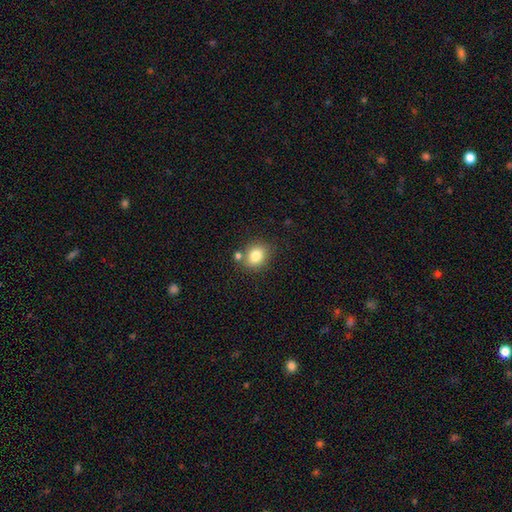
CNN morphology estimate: This appears to be a smooth galaxy with no disk features (81%) that is round (65%). Merging: none (73%).